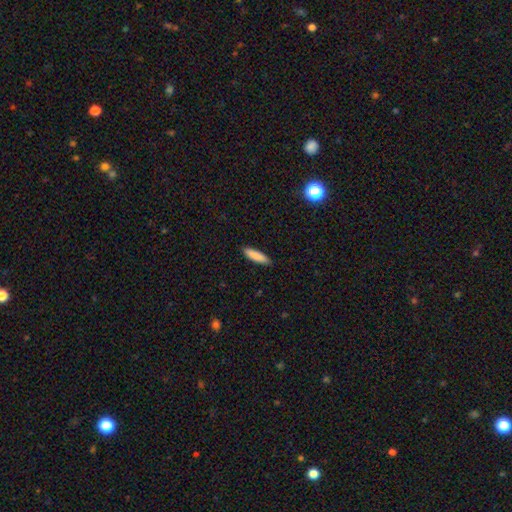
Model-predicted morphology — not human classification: A smooth galaxy with no disk features (86%) that is cigar-shaped (71%).

Vote fractions:
- Smooth or featured? smooth: 86% / featured or disk: 7% / star or artifact: 6%
- How rounded? cigar-shaped: 71% / in between: 28% / round: 1%
- Merging? none: 89% / minor disturbance: 8% / major disturbance: 2% / merger: 1%